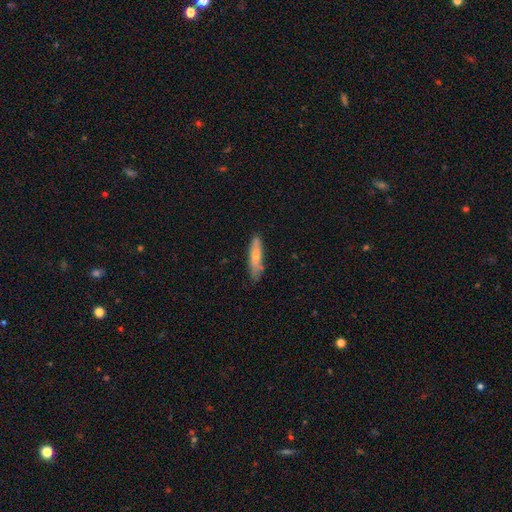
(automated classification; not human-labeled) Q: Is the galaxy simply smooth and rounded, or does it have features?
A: smooth — 73%.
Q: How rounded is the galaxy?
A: cigar-shaped — 82%.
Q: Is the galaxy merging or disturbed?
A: none — 76%.